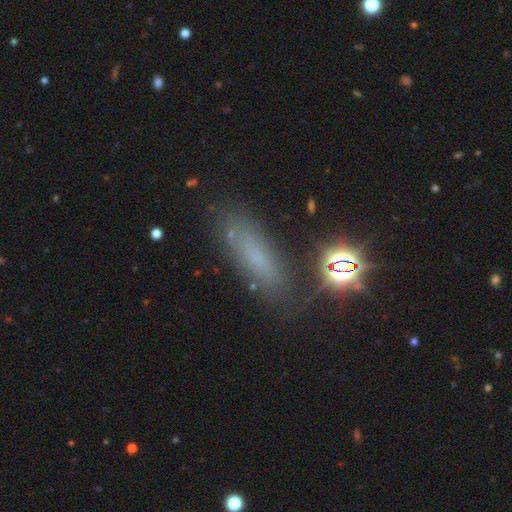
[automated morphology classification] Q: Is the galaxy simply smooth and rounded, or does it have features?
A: smooth — 53%.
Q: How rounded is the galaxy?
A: cigar-shaped — 51%.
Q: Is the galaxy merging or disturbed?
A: none — 75%.